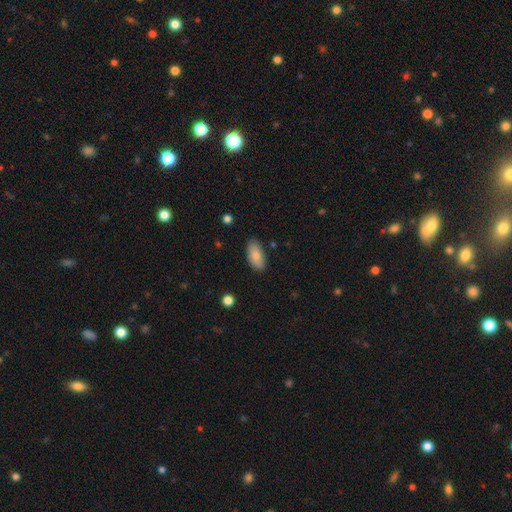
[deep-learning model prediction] Smooth or featured: smooth — 85% (featured or disk — 9%)
How rounded: in between — 92% (cigar-shaped — 6%)
Merging: none — 84% (minor disturbance — 12%)